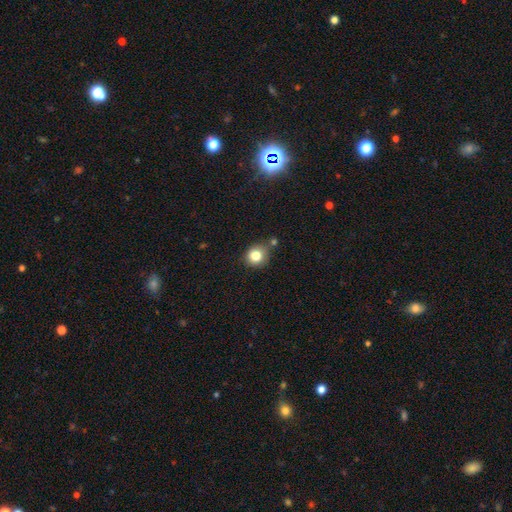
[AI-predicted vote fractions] smooth-or-featured: smooth: 82% | star or artifact: 11% | featured or disk: 7%
  how-rounded: round: 83% | in between: 16% | cigar-shaped: 1%
  merging: none: 69% | minor disturbance: 17% | merger: 10% | major disturbance: 4%